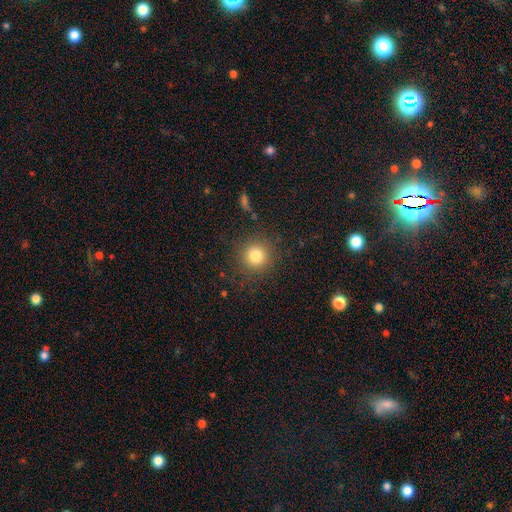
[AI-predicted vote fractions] Q: Smooth or featured?
A: smooth (80%); runner-up: star or artifact (13%)
Q: How rounded?
A: round (94%); runner-up: in between (5%)
Q: Merging?
A: none (88%); runner-up: minor disturbance (8%)